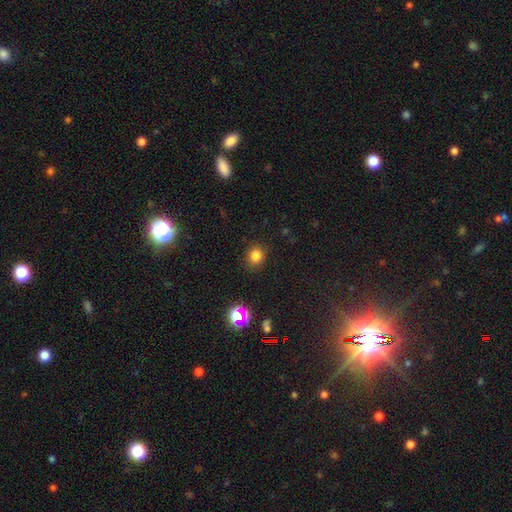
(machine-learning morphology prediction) A smooth galaxy with no disk features (80%) that is round (71%). Merging: none (86%).